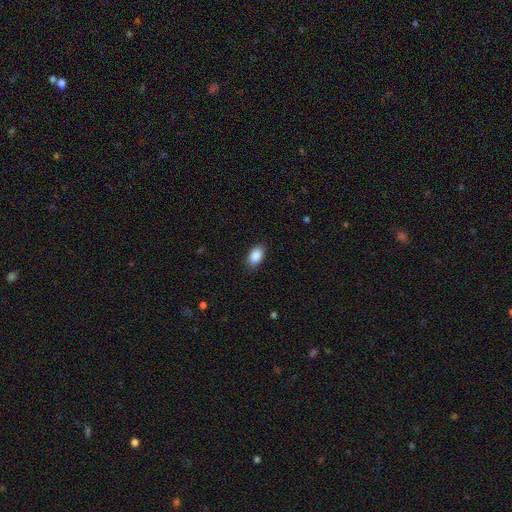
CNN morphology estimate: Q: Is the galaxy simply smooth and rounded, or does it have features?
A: smooth — 89%.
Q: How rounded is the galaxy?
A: in between — 91%.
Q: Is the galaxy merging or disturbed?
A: none — 87%.